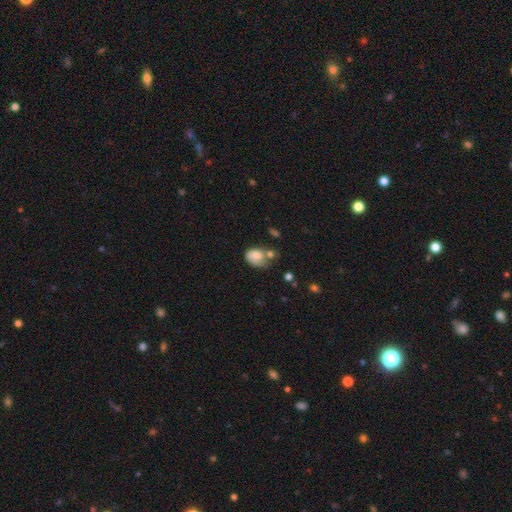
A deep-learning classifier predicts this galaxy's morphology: This is likely a smooth galaxy (65%). How rounded: likely in between (72%). Merging: marginally none (29%).